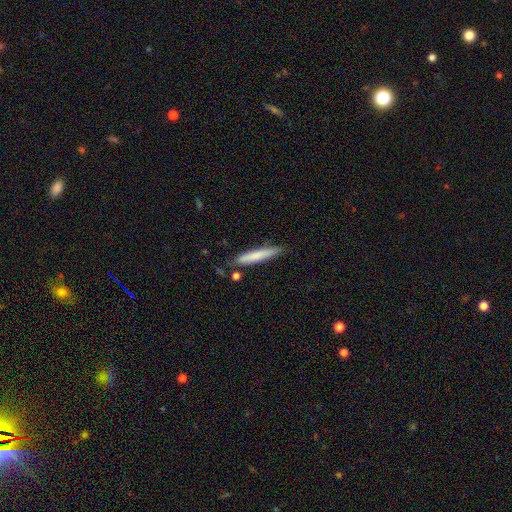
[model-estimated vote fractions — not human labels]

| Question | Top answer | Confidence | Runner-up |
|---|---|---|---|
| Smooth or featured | smooth | 73% | featured or disk (21%) |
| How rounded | cigar-shaped | 94% | in between (5%) |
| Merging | none | 79% | minor disturbance (14%) |